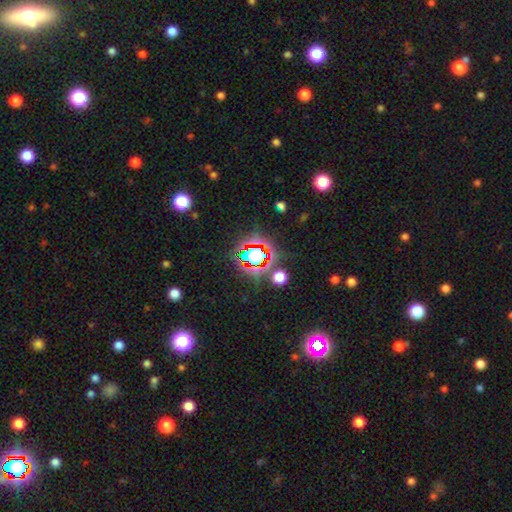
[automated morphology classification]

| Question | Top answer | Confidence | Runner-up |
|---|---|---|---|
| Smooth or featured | star or artifact | 69% | smooth (19%) |